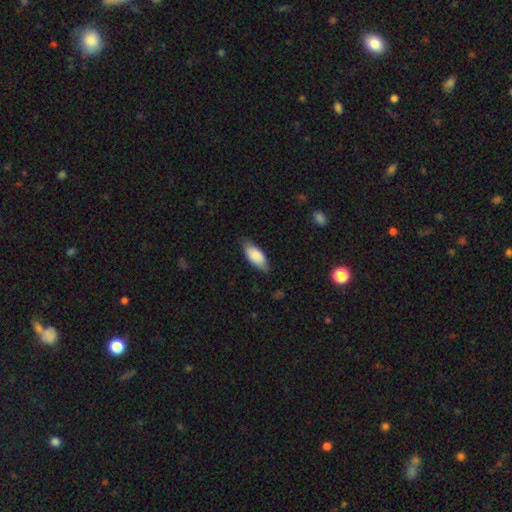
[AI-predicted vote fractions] This is clearly a smooth galaxy (84%). How rounded: clearly in between (86%). Merging: likely none (75%).